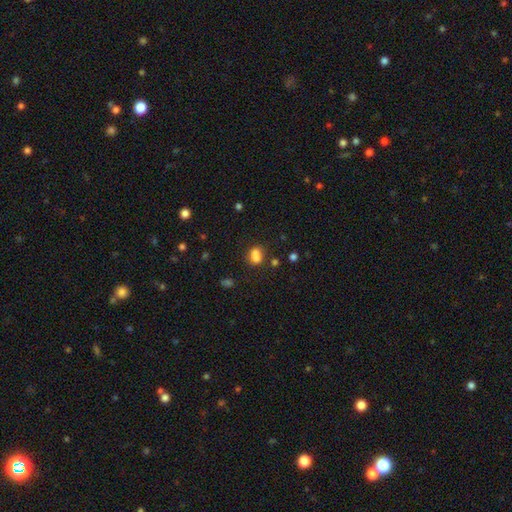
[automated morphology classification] Smooth or featured? smooth (75%)
How rounded? in between (51%)
Merging? merger (40%, tied with none)